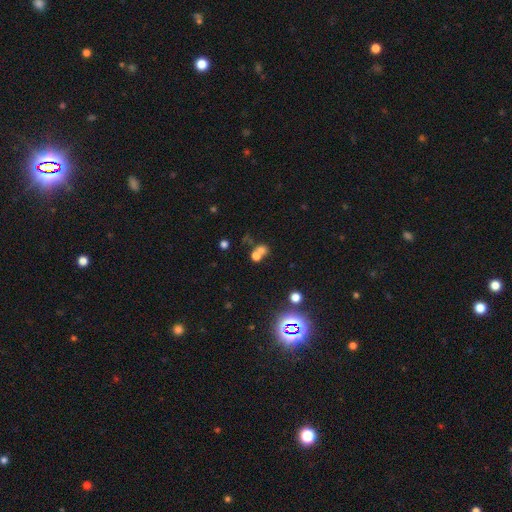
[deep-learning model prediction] This is likely a smooth galaxy (63%). How rounded: likely round (75%). Merging: possibly merger (53%).